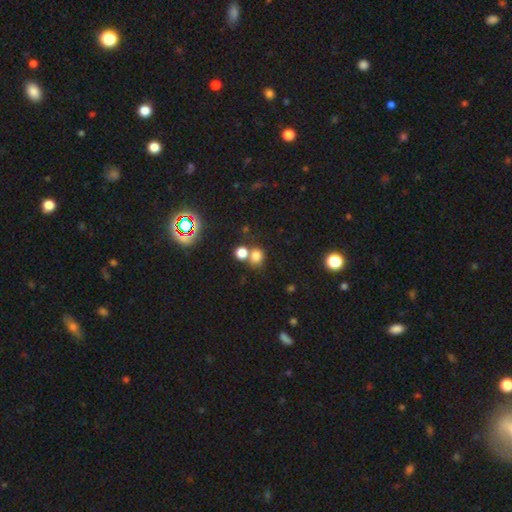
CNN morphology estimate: Overall: smooth (74%). How rounded: round (73%). Merging: none (51%; merger 35%).